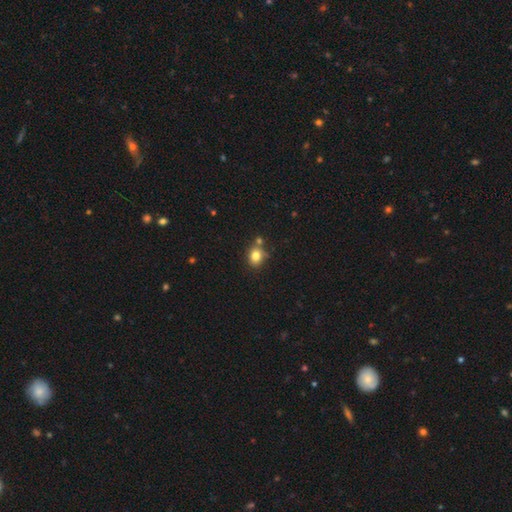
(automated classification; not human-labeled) The model was most divided on "how rounded": round: 66%, in between: 33%, cigar-shaped: 1%. More confident: smooth or featured — smooth (80%); merging — none (66%).